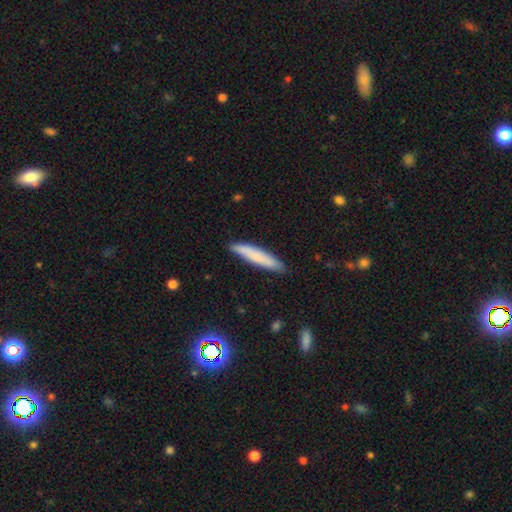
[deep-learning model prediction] Morphology: type=smooth (72%); roundness=cigar-shaped (91%); merging=none (86%).